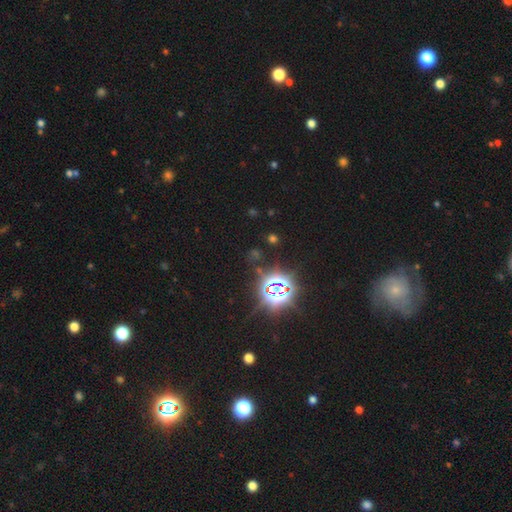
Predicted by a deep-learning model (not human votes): Smooth or featured?
  - star or artifact: 78% *
  - smooth: 14%
  - featured or disk: 8%